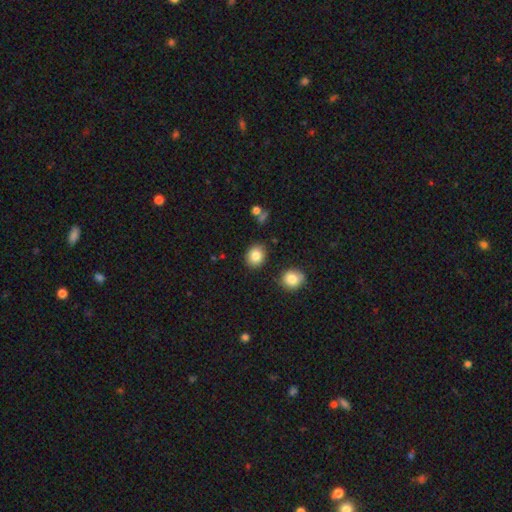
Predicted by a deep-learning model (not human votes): A smooth galaxy with no disk features (84%) that is round (61%). Merging: none (86%).